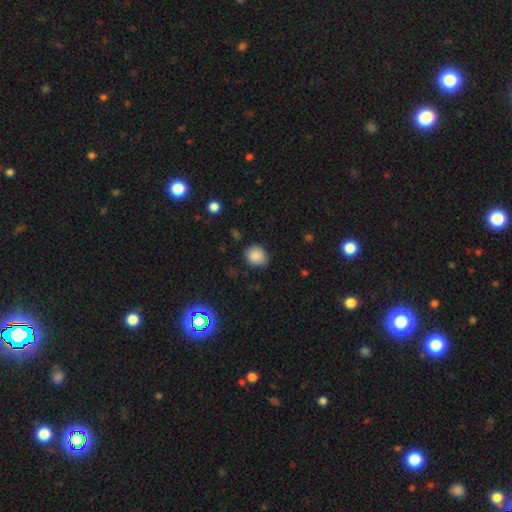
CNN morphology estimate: Smooth or featured? Predicted: smooth (p=0.85). How rounded? Predicted: round (p=0.73). Merging? Predicted: none (p=0.79).